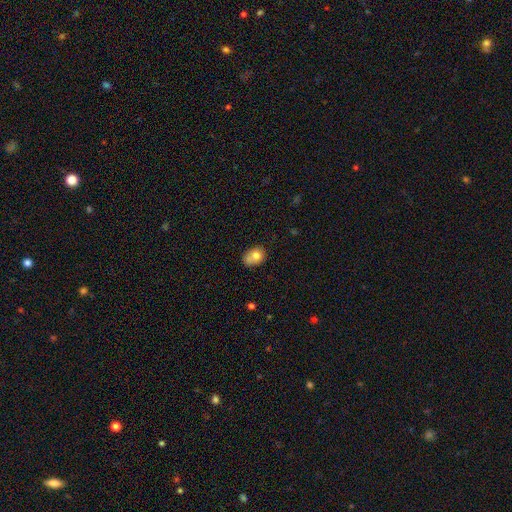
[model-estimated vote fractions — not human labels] Morphology: type=smooth (74%); roundness=in between (58%); merging=none (43%).